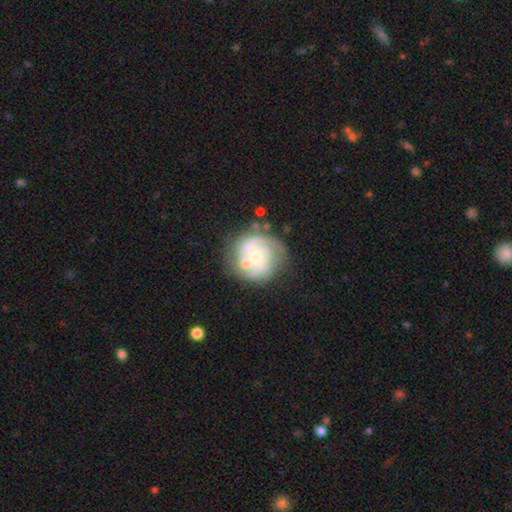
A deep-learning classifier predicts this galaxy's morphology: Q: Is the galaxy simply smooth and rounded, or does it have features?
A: featured or disk — 85%.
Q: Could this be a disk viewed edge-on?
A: no — 98%.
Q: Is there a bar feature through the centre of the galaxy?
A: weak — 44%.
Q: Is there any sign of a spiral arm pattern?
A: yes — 95%.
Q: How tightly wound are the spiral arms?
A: tight — 51%.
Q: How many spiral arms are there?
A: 2 — 37%.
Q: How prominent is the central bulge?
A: small — 57%.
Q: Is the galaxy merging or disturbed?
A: none — 68%.